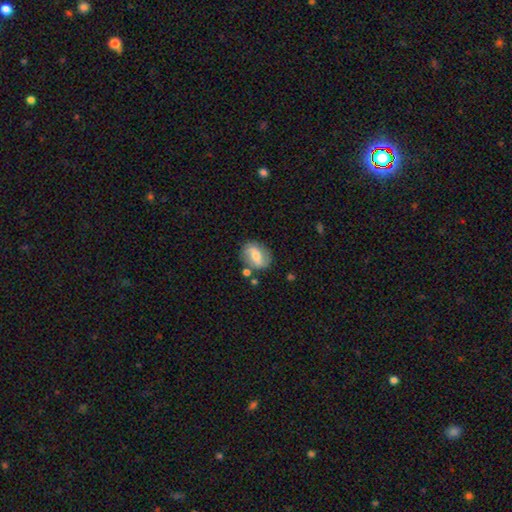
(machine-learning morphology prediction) featured or disk 51%, smooth 41%, star or artifact 8%. Down the decision tree: edge-on disk — no (95%); merging — none (71%).